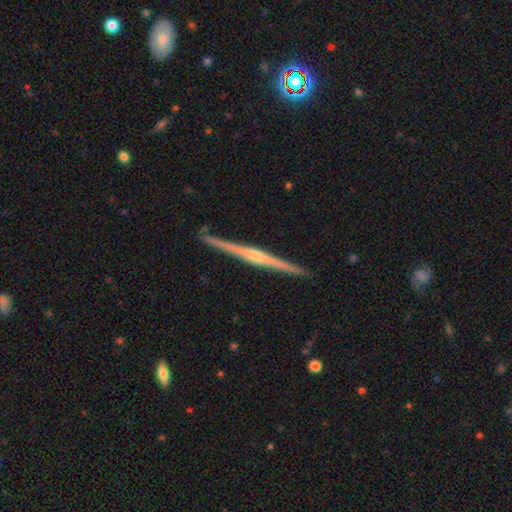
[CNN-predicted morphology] Smooth or featured: featured or disk — 82% (smooth — 13%)
Edge-on disk: yes — 98% (no — 2%)
Edge-on bulge: rounded — 69% (none — 22%)
Merging: none — 90% (minor disturbance — 7%)